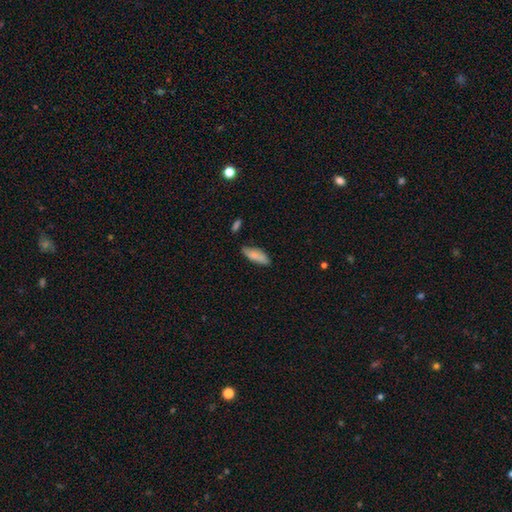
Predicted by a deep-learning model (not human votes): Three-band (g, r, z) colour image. It shows a smooth galaxy with no disk features (84%) that is in between round and cigar-shaped (61%). Merging: none (73%).